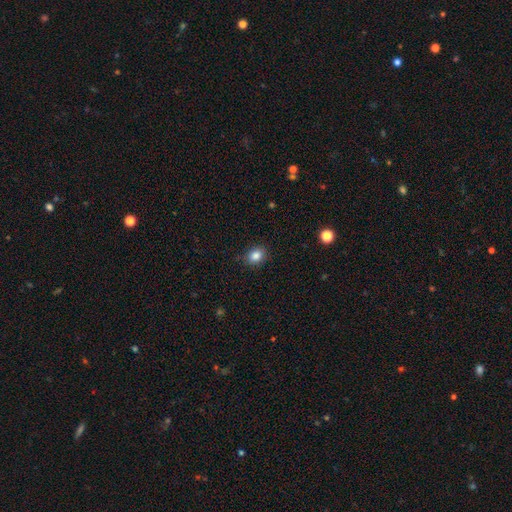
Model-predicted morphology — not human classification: smooth_or_featured: smooth (p=0.86) [alt: star or artifact p=0.10]
how_rounded: in between (p=0.51) [alt: round p=0.48]
merging: none (p=0.87) [alt: minor disturbance p=0.09]